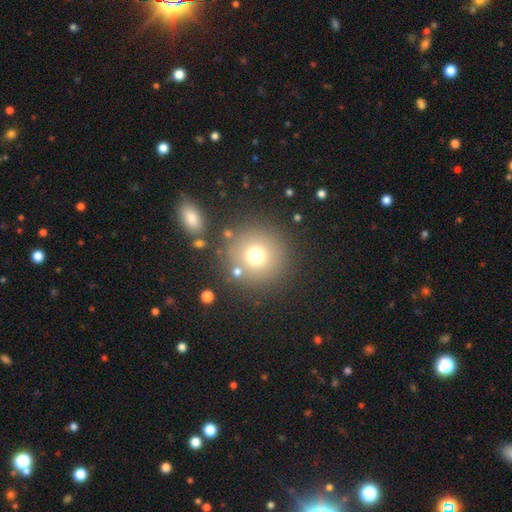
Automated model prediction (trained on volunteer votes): The model was most divided on "smooth or featured": smooth: 71%, star or artifact: 16%, featured or disk: 13%. More confident: how rounded — round (95%); merging — none (82%).